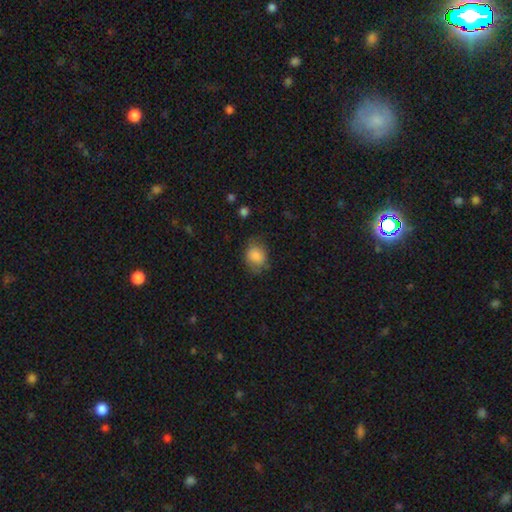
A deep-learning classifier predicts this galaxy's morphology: smooth-or-featured: smooth: 84% | star or artifact: 8% | featured or disk: 8%
  how-rounded: in between: 51% | round: 48% | cigar-shaped: 1%
  merging: none: 67% | minor disturbance: 23% | major disturbance: 8% | merger: 1%